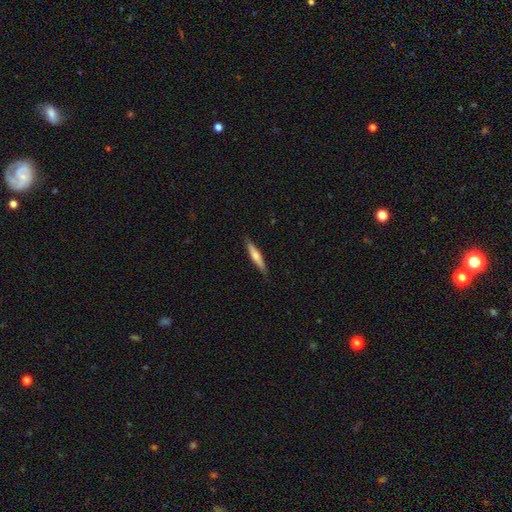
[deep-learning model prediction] A smooth galaxy with no disk features (56%) that is cigar-shaped (89%). Merging: none (87%).